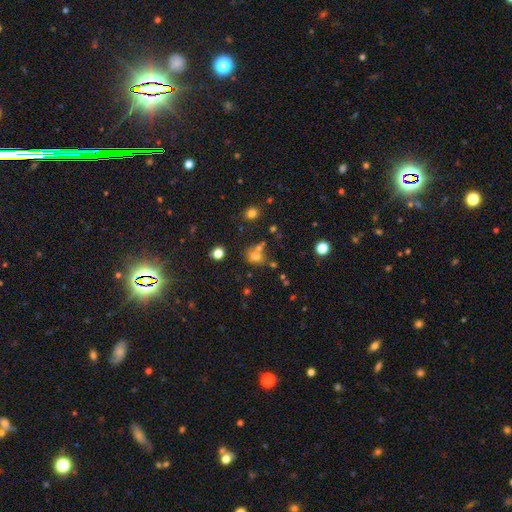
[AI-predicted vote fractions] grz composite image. It shows a smooth galaxy with no disk features (68%) that is round (71%). Merging: none (54%).